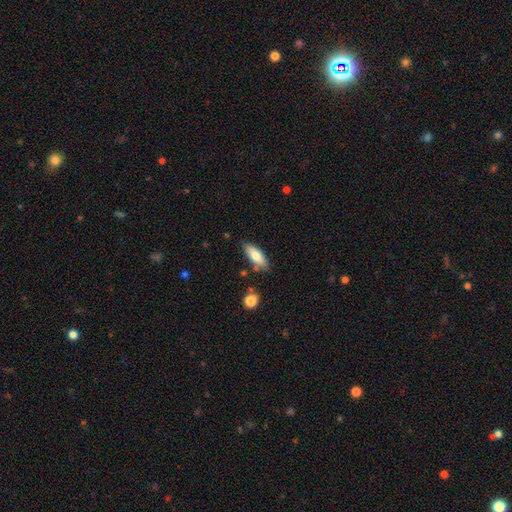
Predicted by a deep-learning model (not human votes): This appears to be a smooth galaxy with no disk features (73%) that is in between round and cigar-shaped (63%). Merging: none (80%).